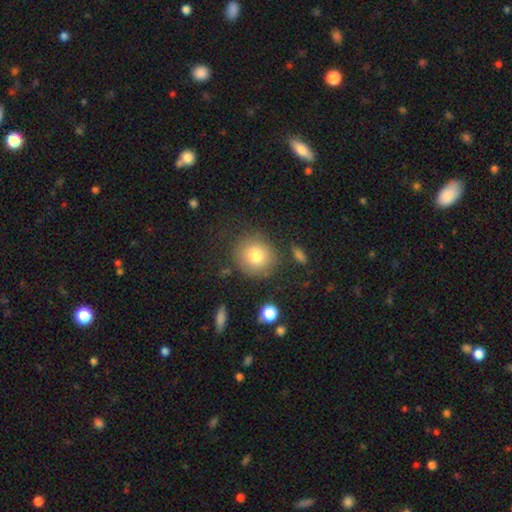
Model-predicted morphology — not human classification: Smooth or featured? Predicted: smooth (p=0.78). How rounded? Predicted: round (p=0.87). Merging? Predicted: none (p=0.80).